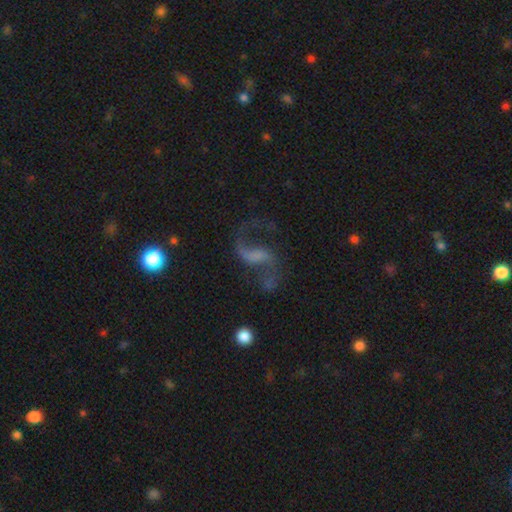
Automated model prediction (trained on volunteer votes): The model was most divided on "bar": weak: 41%, no: 32%, strong: 27%. More confident: edge-on disk — no (97%); spiral arms — yes (93%); spiral arm count — 2 (89%); spiral winding — loose (84%); smooth or featured — featured or disk (82%); merging — none (61%); bulge size — none (58%).